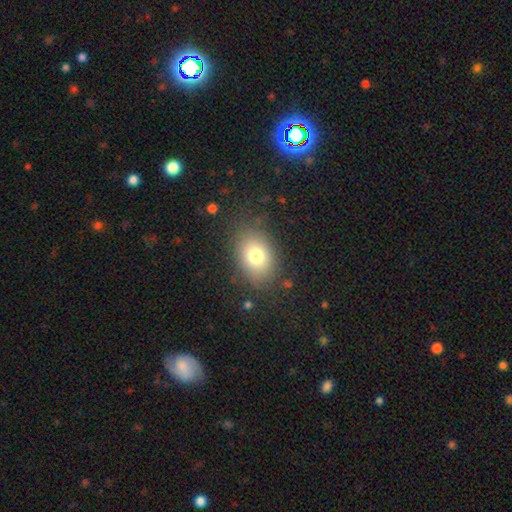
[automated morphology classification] smooth-or-featured: smooth: 74% | featured or disk: 13% | star or artifact: 12%
  how-rounded: in between: 67% | round: 32% | cigar-shaped: 1%
  merging: none: 80% | minor disturbance: 13% | major disturbance: 6% | merger: 2%